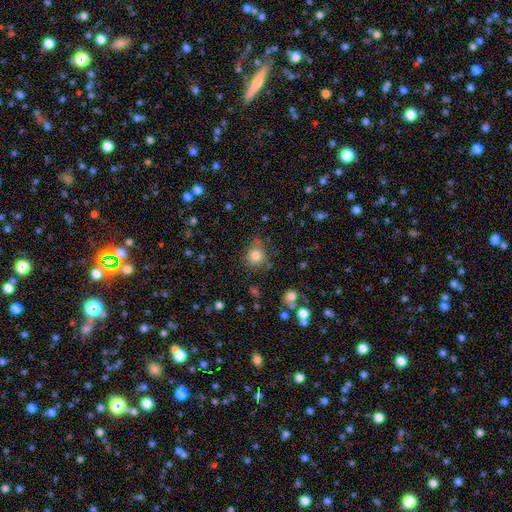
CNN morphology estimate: Smooth or featured: smooth — 81% (star or artifact — 12%)
How rounded: round — 86% (in between — 13%)
Merging: none — 73% (minor disturbance — 17%)